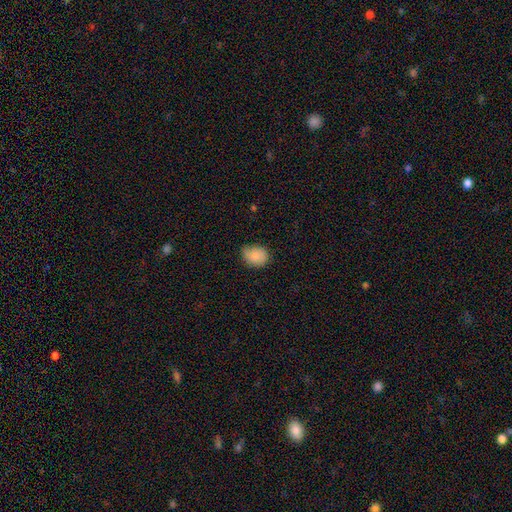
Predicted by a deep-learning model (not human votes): The model was most divided on "how rounded": round: 54%, in between: 45%, cigar-shaped: 1%. More confident: smooth or featured — smooth (82%); merging — none (62%).